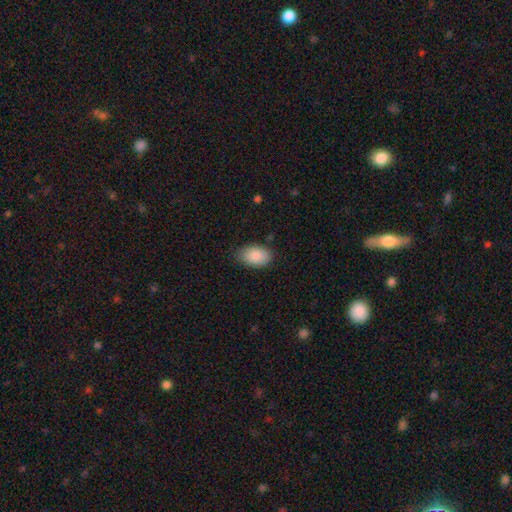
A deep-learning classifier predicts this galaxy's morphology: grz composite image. It shows a smooth galaxy with no disk features (89%) that is in between round and cigar-shaped (91%). Merging: none (79%).